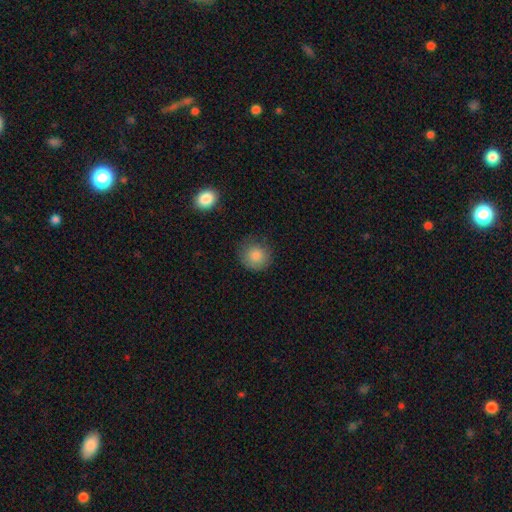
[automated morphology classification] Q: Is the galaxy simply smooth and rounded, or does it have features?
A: smooth — 85%.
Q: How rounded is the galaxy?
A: round — 90%.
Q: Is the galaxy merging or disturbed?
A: none — 77%.